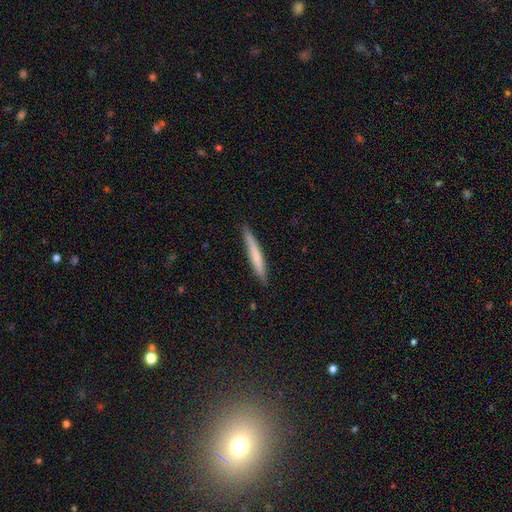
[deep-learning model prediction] Smooth or featured?
  - smooth: 66% *
  - featured or disk: 29%
  - star or artifact: 6%
How rounded?
  - cigar-shaped: 96% *
  - in between: 3%
  - round: 1%
Merging?
  - none: 89% *
  - minor disturbance: 8%
  - major disturbance: 1%
  - merger: 1%